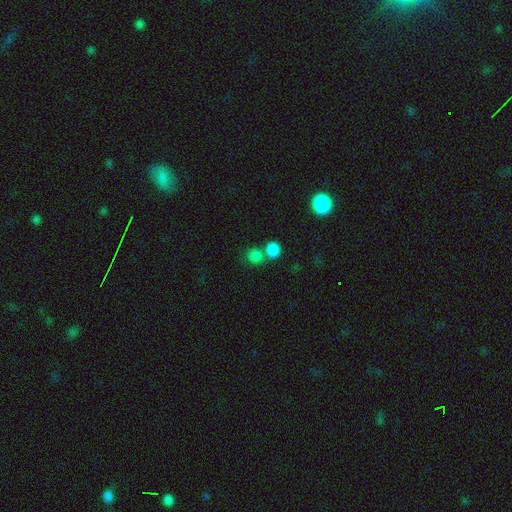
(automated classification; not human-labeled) Smooth or featured? smooth (83%)
How rounded? round (82%)
Merging? none (50%)